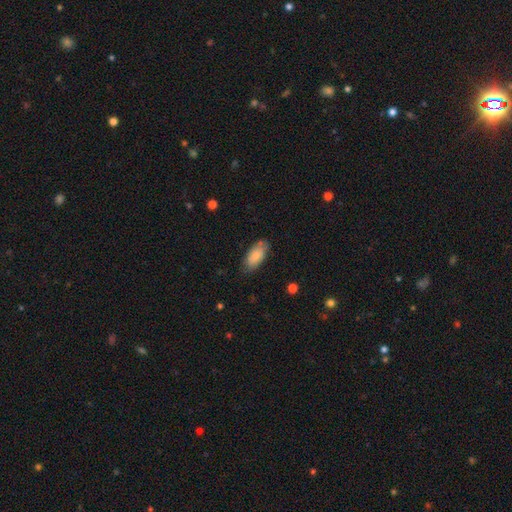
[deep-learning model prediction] Smooth or featured? smooth (77%)
How rounded? in between (90%)
Merging? none (72%)